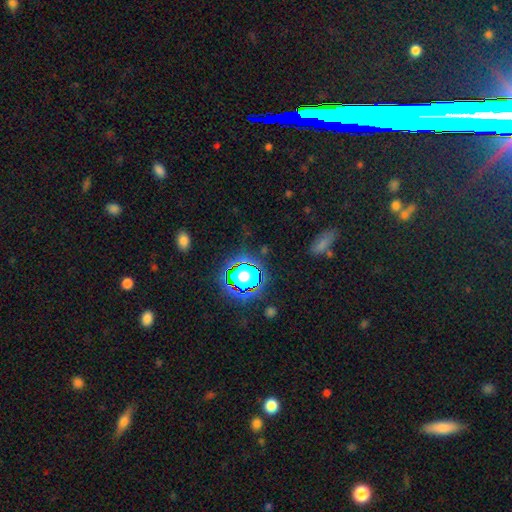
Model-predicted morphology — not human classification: The model was most divided on "smooth or featured": star or artifact: 77%, smooth: 13%, featured or disk: 10%.